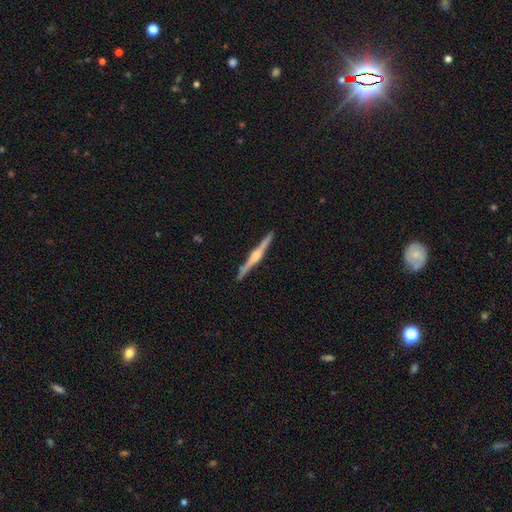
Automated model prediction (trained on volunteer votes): Smooth or featured? featured or disk (82%)
Edge-on disk? yes (99%)
Edge-on bulge? rounded (81%)
Merging? none (92%)